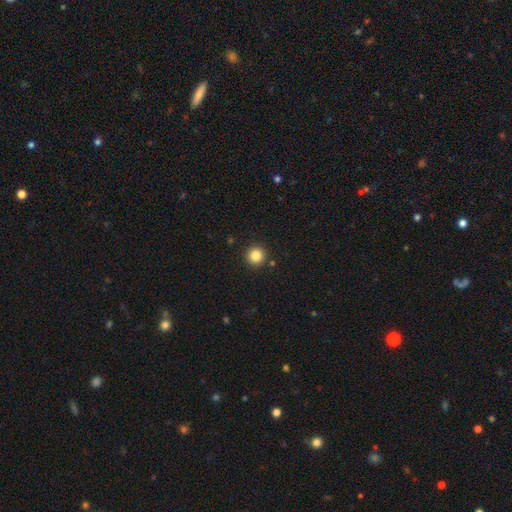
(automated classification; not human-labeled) Smooth or featured? Predicted: smooth (p=0.85). How rounded? Predicted: round (p=0.95). Merging? Predicted: none (p=0.91).